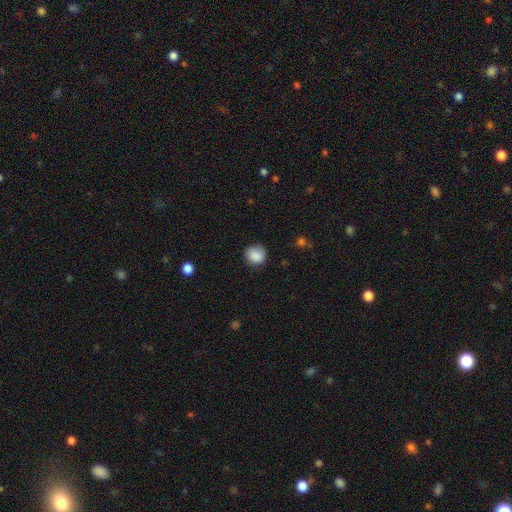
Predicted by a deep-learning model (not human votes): Q: Smooth or featured?
A: smooth (88%); runner-up: star or artifact (9%)
Q: How rounded?
A: round (91%); runner-up: in between (8%)
Q: Merging?
A: none (86%); runner-up: minor disturbance (10%)